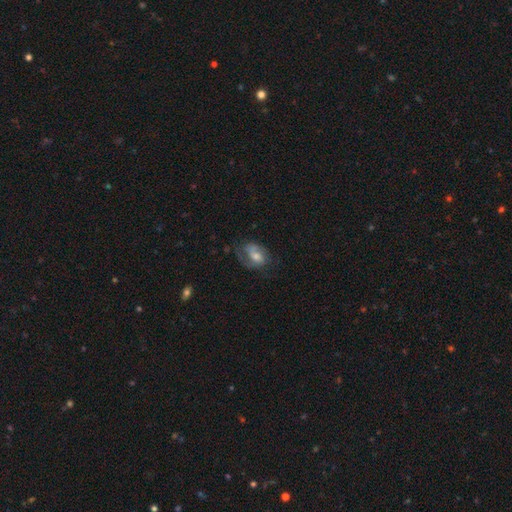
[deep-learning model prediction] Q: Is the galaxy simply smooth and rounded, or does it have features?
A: featured or disk — 50%.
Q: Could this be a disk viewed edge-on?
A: no — 96%.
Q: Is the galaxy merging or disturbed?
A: none — 42%.